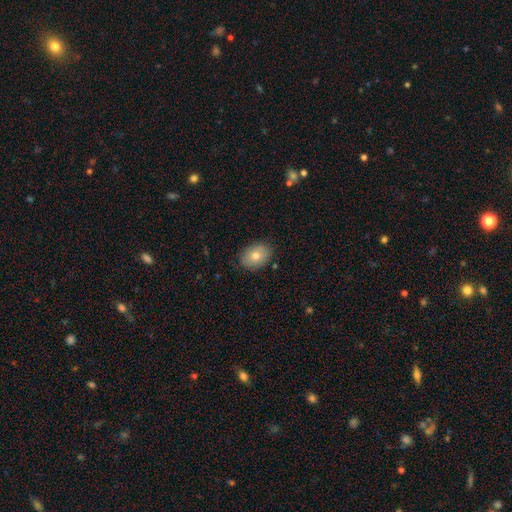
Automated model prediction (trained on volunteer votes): Overall: smooth (76%). How rounded: in between (74%). Merging: none (86%).